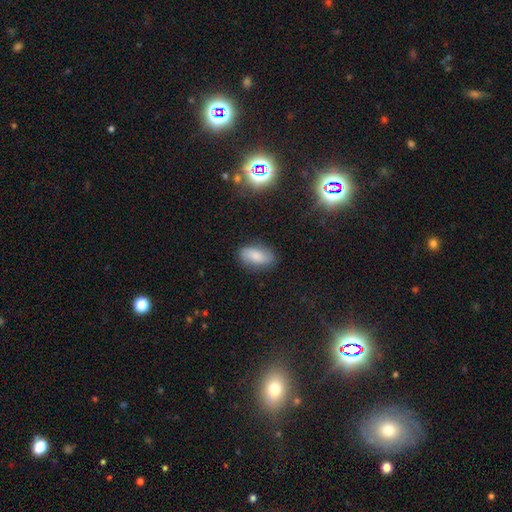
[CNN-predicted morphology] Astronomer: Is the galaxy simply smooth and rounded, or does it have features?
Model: smooth — 76%.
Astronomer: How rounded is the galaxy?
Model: in between — 90%.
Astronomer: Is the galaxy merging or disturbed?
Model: none — 80%.